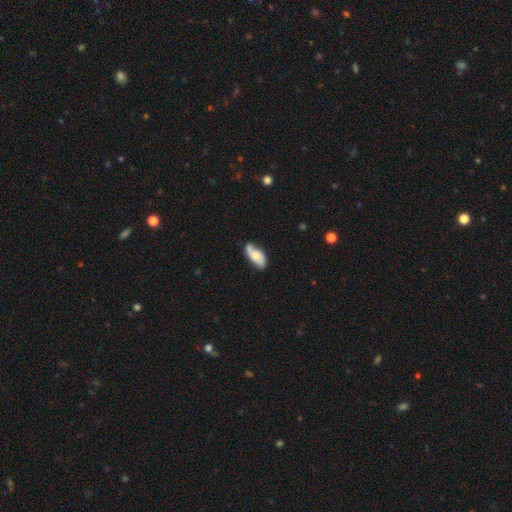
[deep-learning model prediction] Smooth or featured?
  - featured or disk: 50% *
  - smooth: 43%
  - star or artifact: 7%
Edge-on disk?
  - no: 92% *
  - yes: 8%
Merging?
  - none: 59% *
  - minor disturbance: 27%
  - major disturbance: 9%
  - merger: 5%